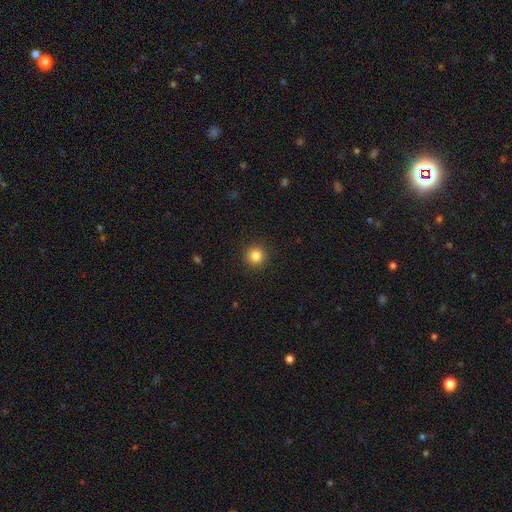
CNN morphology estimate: A smooth galaxy with no disk features (84%) that is round (95%).

Vote fractions:
- Smooth or featured? smooth: 84% / star or artifact: 12% / featured or disk: 4%
- How rounded? round: 95% / in between: 4% / cigar-shaped: 1%
- Merging? none: 92% / minor disturbance: 5% / major disturbance: 2% / merger: 1%